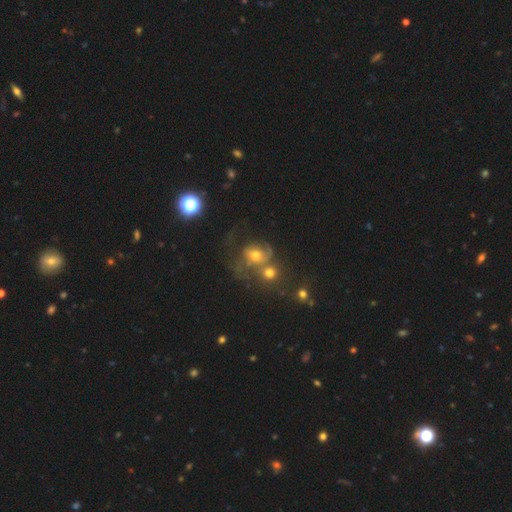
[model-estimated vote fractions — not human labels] This is possibly a featured or disk galaxy (48%). Merging: marginally merger (44%).